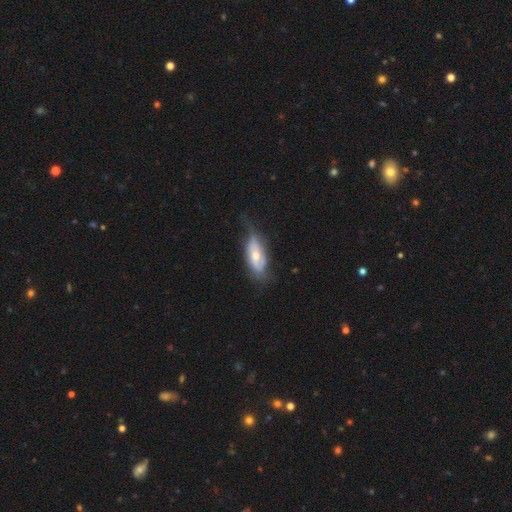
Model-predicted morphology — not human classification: A smooth galaxy with no disk features (49%).

Vote fractions:
- Smooth or featured? smooth: 49% / featured or disk: 45% / star or artifact: 6%
- Merging? none: 42% / minor disturbance: 38% / major disturbance: 18% / merger: 2%